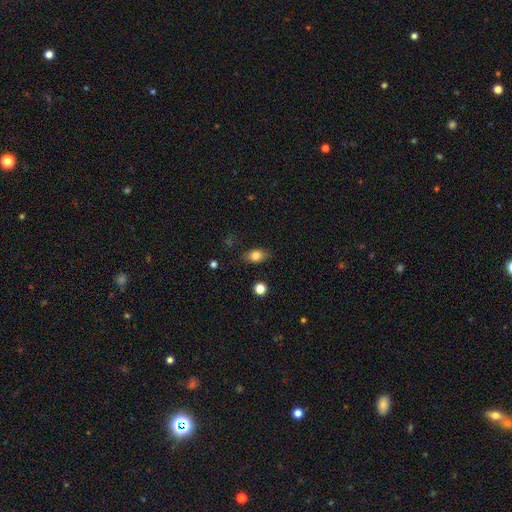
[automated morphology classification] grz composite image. It shows a smooth galaxy with no disk features (82%) that is in between round and cigar-shaped (79%). Merging: none (82%).